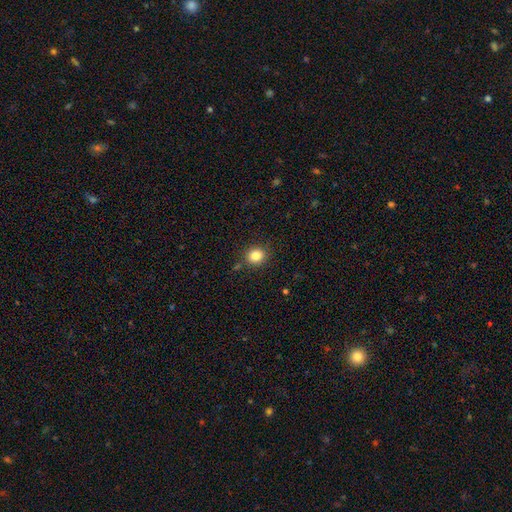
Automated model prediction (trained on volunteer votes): This appears to be a smooth galaxy with no disk features (84%) that is round (82%). Merging: none (86%).